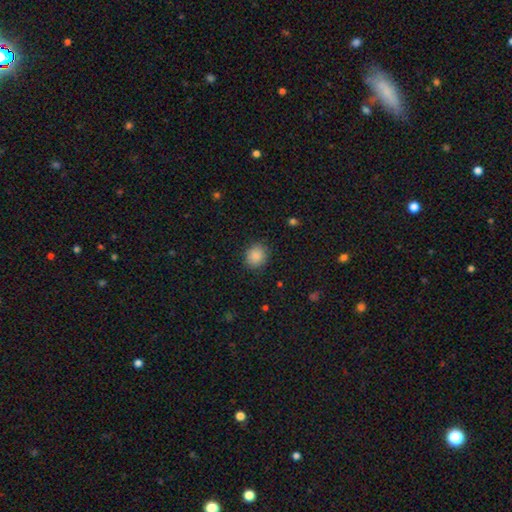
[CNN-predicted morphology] Smooth or featured? smooth (88%)
How rounded? round (72%)
Merging? none (86%)